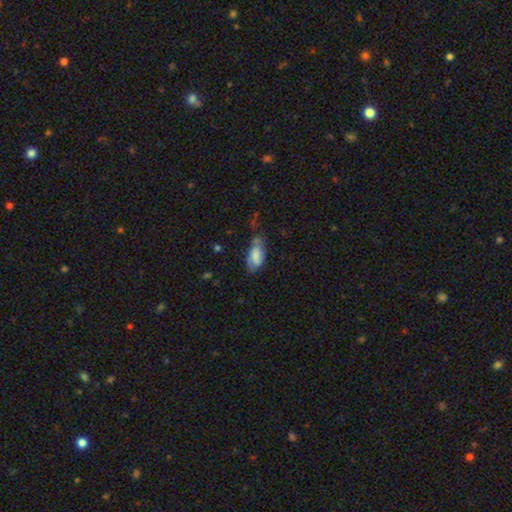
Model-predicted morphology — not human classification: smooth 72%, featured or disk 21%, star or artifact 7%. Down the decision tree: how rounded — in between (87%); merging — minor disturbance (39%, tied with none).